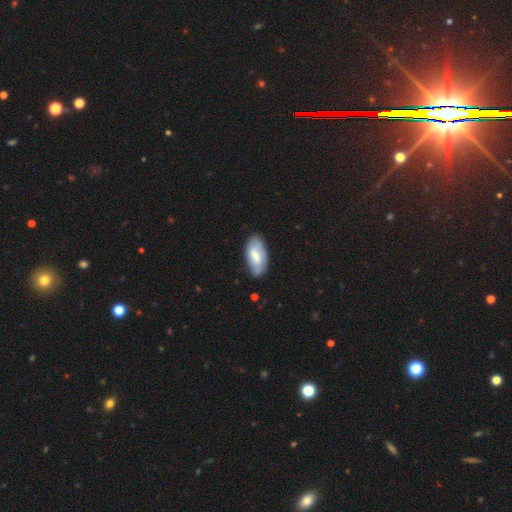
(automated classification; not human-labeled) smooth 63%, featured or disk 31%, star or artifact 6%. Down the decision tree: how rounded — in between (91%); merging — none (70%).